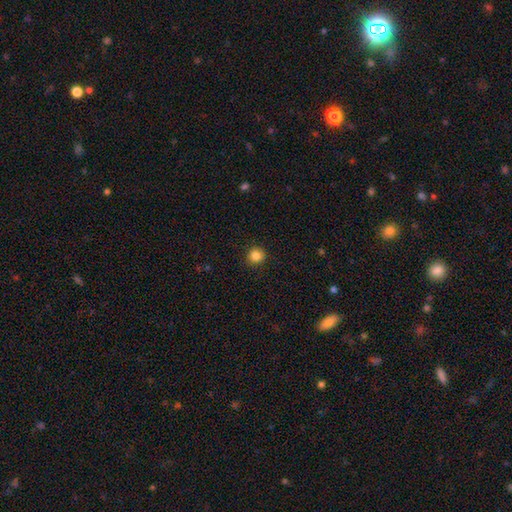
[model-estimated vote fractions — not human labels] This is clearly a smooth galaxy (85%). How rounded: clearly round (93%). Merging: clearly none (91%).